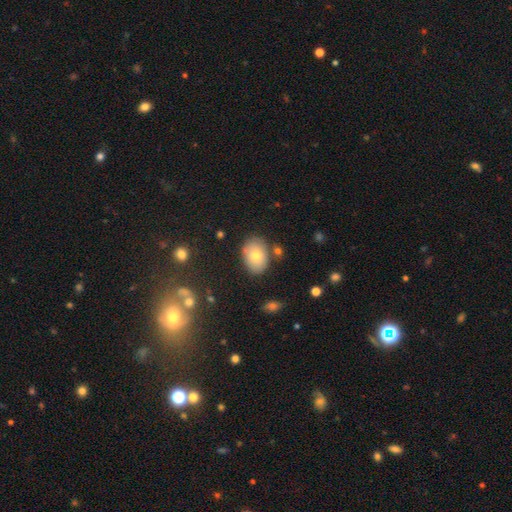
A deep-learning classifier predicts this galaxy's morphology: A smooth galaxy with no disk features (72%) that is in between round and cigar-shaped (73%).

Vote fractions:
- Smooth or featured? smooth: 72% / featured or disk: 18% / star or artifact: 10%
- How rounded? in between: 73% / round: 26% / cigar-shaped: 1%
- Merging? none: 80% / minor disturbance: 13% / merger: 4% / major disturbance: 3%